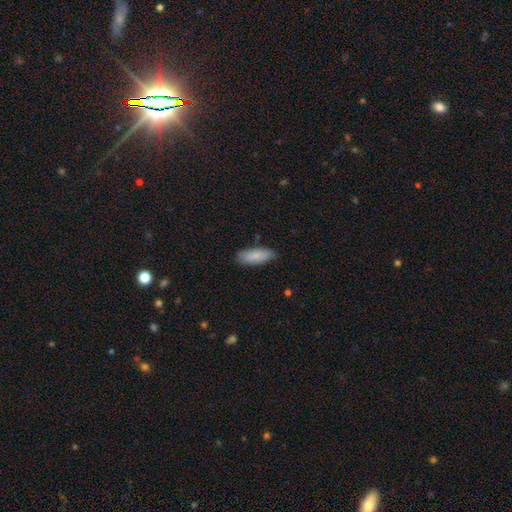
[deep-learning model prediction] Smooth or featured? smooth (86%)
How rounded? in between (71%)
Merging? none (82%)